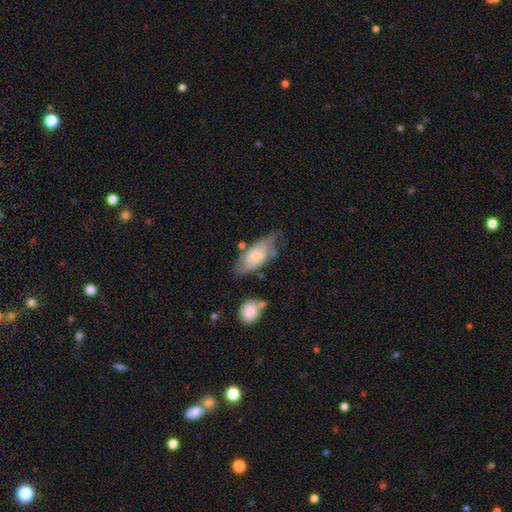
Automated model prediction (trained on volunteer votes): Smooth or featured? smooth (49%)
Merging? none (50%)